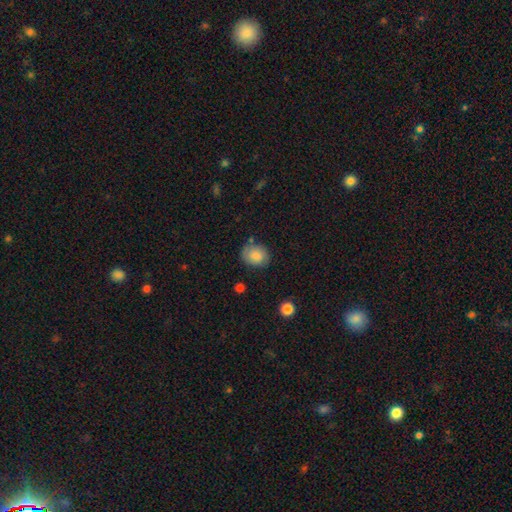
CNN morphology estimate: smooth_or_featured: smooth (p=0.80) [alt: featured or disk p=0.12]
how_rounded: round (p=0.62) [alt: in between p=0.37]
merging: none (p=0.76) [alt: minor disturbance p=0.17]